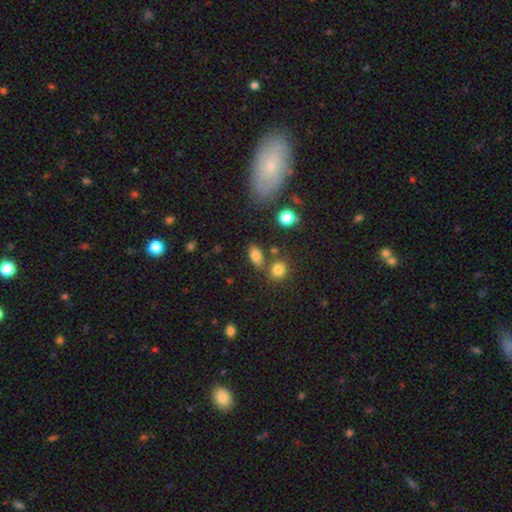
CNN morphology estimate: Q: Smooth or featured?
A: smooth (78%); runner-up: star or artifact (12%)
Q: How rounded?
A: in between (82%); runner-up: round (13%)
Q: Merging?
A: none (69%); runner-up: merger (14%)